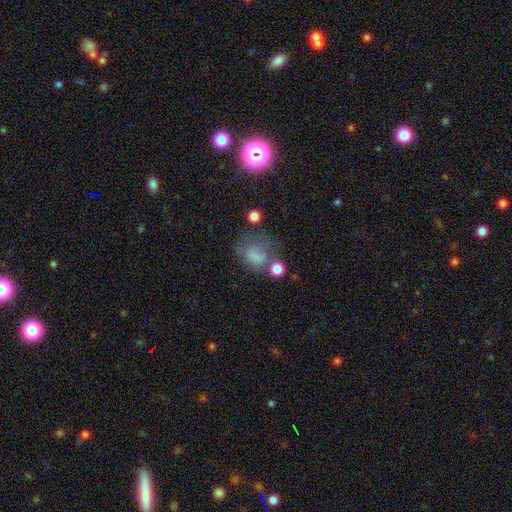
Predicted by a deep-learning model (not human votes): smooth_or_featured: smooth (p=0.68) [alt: featured or disk p=0.16]
how_rounded: round (p=0.58) [alt: in between p=0.41]
merging: none (p=0.36) [alt: major disturbance p=0.26]